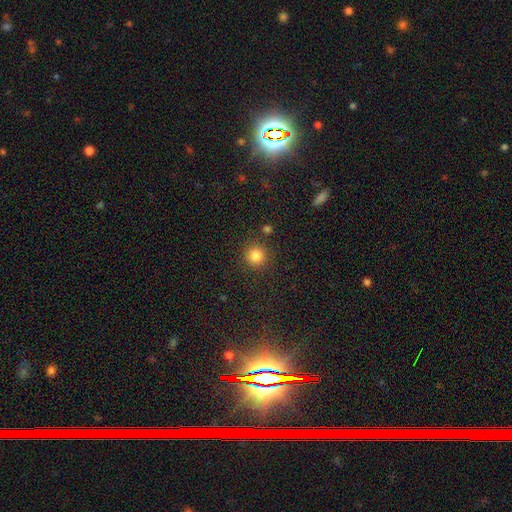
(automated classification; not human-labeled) Smooth or featured? Predicted: smooth (p=0.84). How rounded? Predicted: round (p=0.94). Merging? Predicted: none (p=0.87).